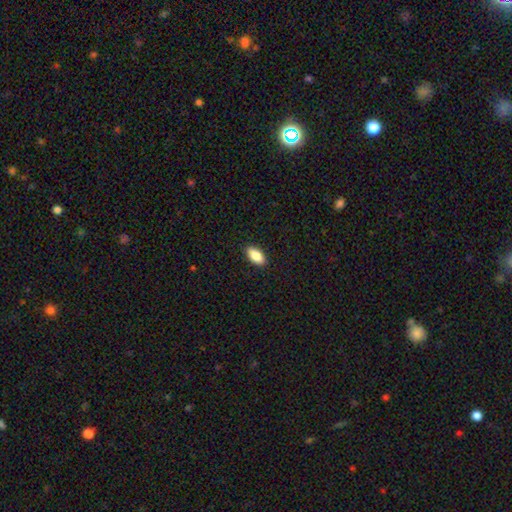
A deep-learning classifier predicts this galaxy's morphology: Smooth or featured?
  - smooth: 86% *
  - star or artifact: 7%
  - featured or disk: 7%
How rounded?
  - in between: 92% *
  - cigar-shaped: 4%
  - round: 3%
Merging?
  - none: 90% *
  - minor disturbance: 7%
  - major disturbance: 2%
  - merger: 1%